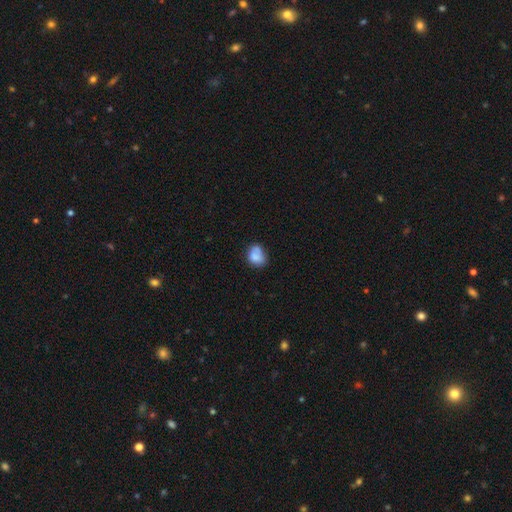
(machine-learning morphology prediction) The model was most divided on "how rounded": in between: 56%, round: 43%, cigar-shaped: 1%. Remaining: smooth or featured — smooth (76%); merging — none (48%).